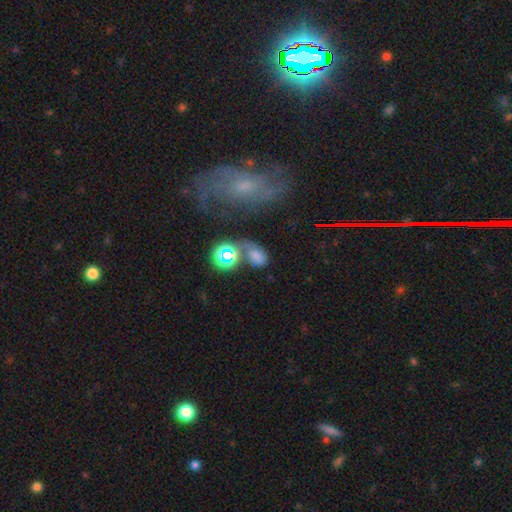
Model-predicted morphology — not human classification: smooth-or-featured: smooth: 53% | star or artifact: 30% | featured or disk: 17%
  how-rounded: in between: 77% | round: 21% | cigar-shaped: 2%
  merging: none: 37% | merger: 24% | minor disturbance: 20% | major disturbance: 18%